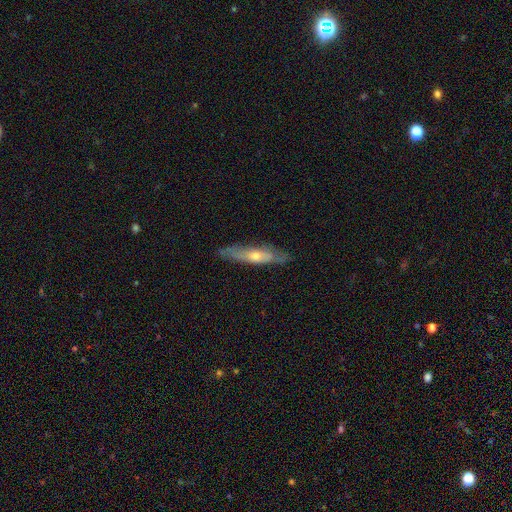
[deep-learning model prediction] Smooth or featured: featured or disk — 60% (smooth — 34%)
Edge-on disk: yes — 68% (no — 32%)
Merging: none — 82% (minor disturbance — 14%)